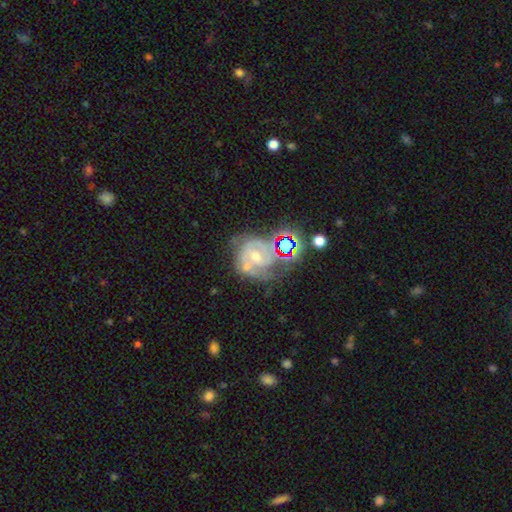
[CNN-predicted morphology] type=featured or disk (67%); edge-on=no (97%); bar=no (63%); spiral arms=yes (89%); winding=tight (57%); arm count=2 (29%); bulge=small (59%); merging=none (56%).